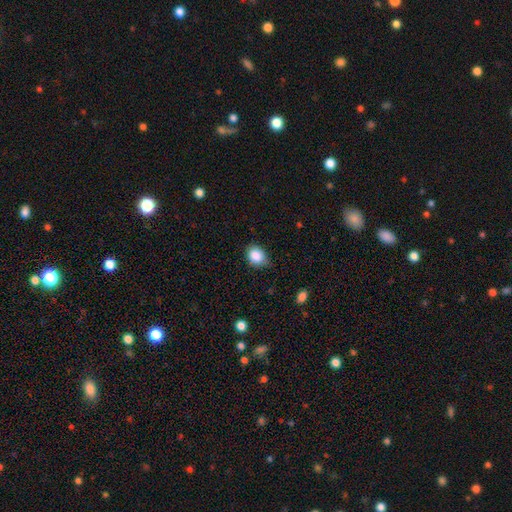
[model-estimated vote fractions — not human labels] smooth-or-featured: smooth: 87% | star or artifact: 9% | featured or disk: 5%
  how-rounded: in between: 53% | round: 46% | cigar-shaped: 1%
  merging: none: 68% | minor disturbance: 26% | major disturbance: 4% | merger: 1%